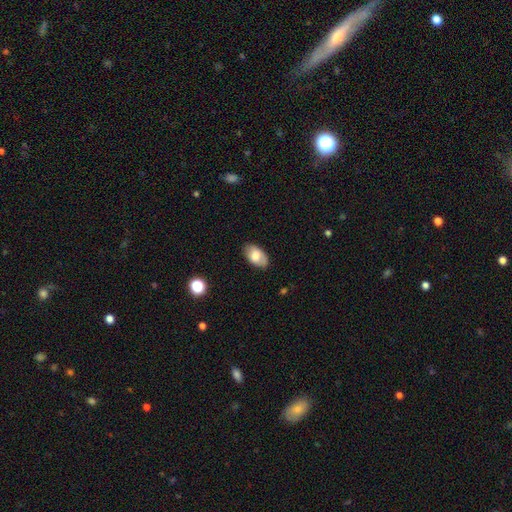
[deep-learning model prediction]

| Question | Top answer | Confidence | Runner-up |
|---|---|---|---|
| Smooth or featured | smooth | 75% | featured or disk (18%) |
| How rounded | in between | 94% | round (5%) |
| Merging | none | 81% | minor disturbance (14%) |